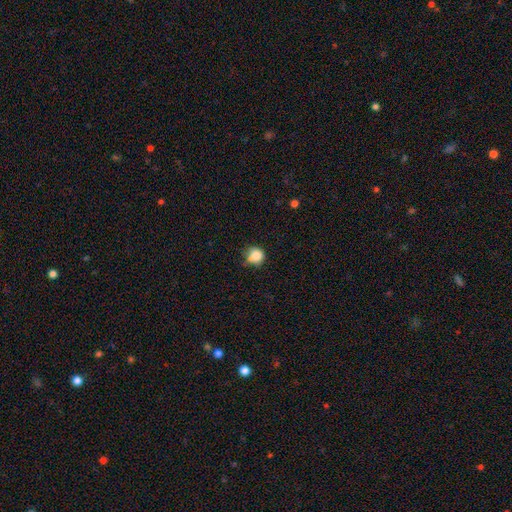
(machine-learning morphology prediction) smooth 85%, star or artifact 10%, featured or disk 5%. Down the decision tree: how rounded — round (89%); merging — none (65%).